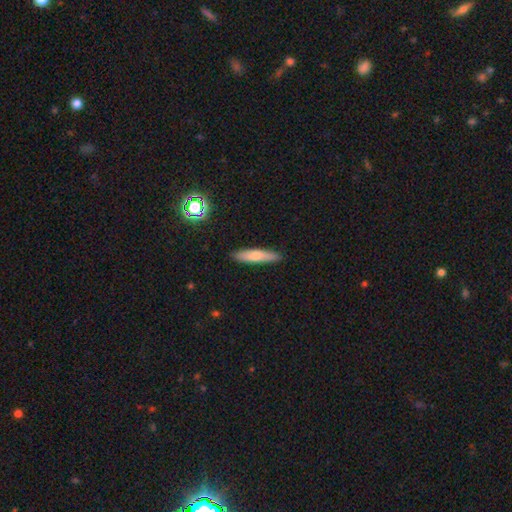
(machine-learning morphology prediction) This is likely a smooth galaxy (70%). How rounded: clearly cigar-shaped (82%). Merging: clearly none (89%).